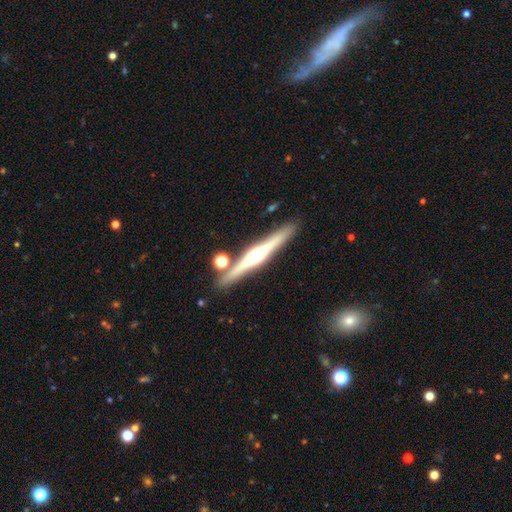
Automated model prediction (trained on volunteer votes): The model was most divided on "smooth or featured": featured or disk: 76%, smooth: 18%, star or artifact: 6%. More confident: edge-on disk — yes (98%); edge-on bulge — rounded (91%); merging — none (85%).